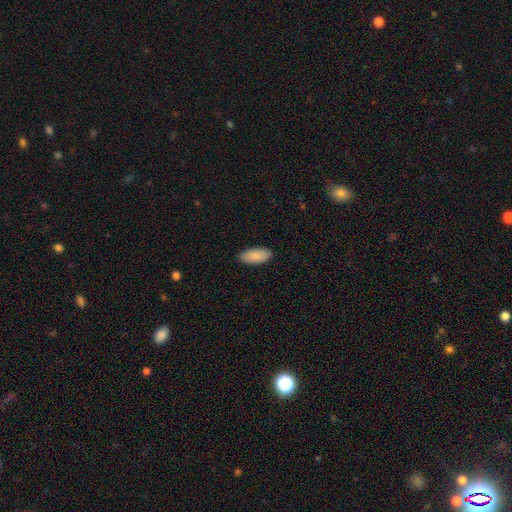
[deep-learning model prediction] smooth-or-featured: smooth: 90% | star or artifact: 6% | featured or disk: 5%
  how-rounded: in between: 89% | cigar-shaped: 10% | round: 2%
  merging: none: 89% | minor disturbance: 9% | major disturbance: 2% | merger: 1%